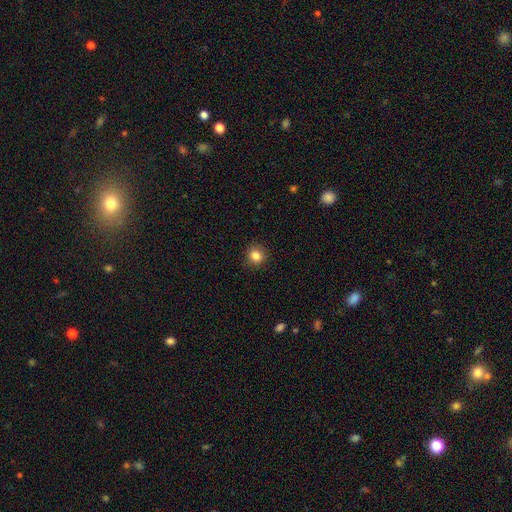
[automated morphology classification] type=smooth (85%); roundness=round (85%); merging=none (90%).